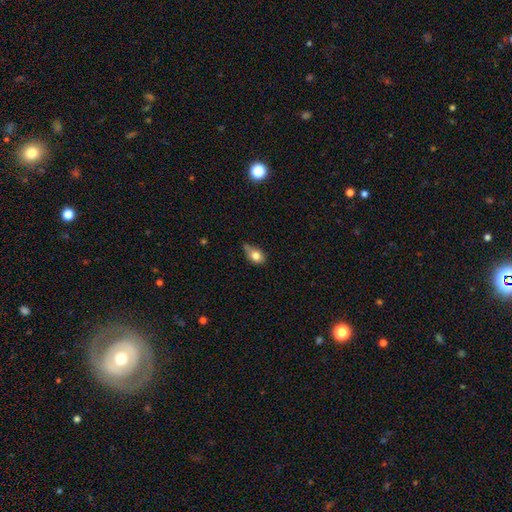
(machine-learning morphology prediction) Q: Smooth or featured?
A: smooth (79%); runner-up: featured or disk (12%)
Q: How rounded?
A: in between (69%); runner-up: round (29%)
Q: Merging?
A: none (41%); tied with: minor disturbance (41%)